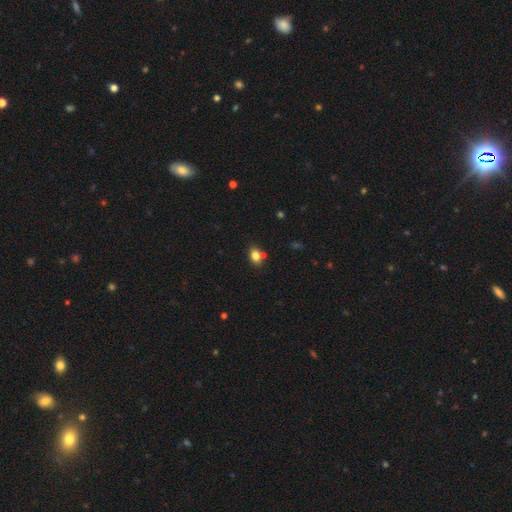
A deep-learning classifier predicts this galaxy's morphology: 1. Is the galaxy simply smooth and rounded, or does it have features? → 80% smooth, 11% star or artifact, 9% featured or disk.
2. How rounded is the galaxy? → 72% in between, 26% round, 2% cigar-shaped.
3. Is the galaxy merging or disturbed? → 65% none, 18% merger, 13% minor disturbance, 3% major disturbance.